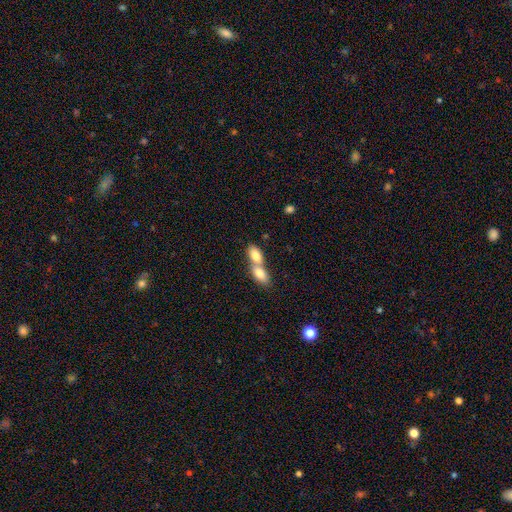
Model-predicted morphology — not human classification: Smooth or featured? smooth (78%)
How rounded? in between (85%)
Merging? merger (75%)